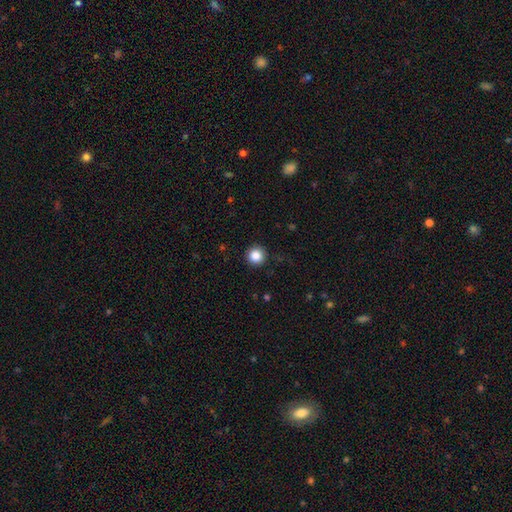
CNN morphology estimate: A smooth galaxy with no disk features (86%) that is round (96%). Merging: none (92%).